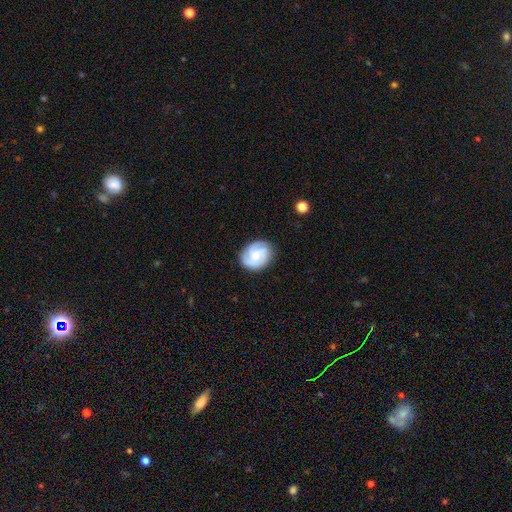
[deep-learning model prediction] This is likely a featured or disk galaxy (73%). It is clearly not viewed edge-on (98%). Bar: likely no (65%). Spiral arm pattern: clearly yes (94%). Spiral arm count: possibly 3 (51%). Spiral winding: possibly tight (51%). Central bulge: possibly moderate (50%). Merging: likely none (80%).